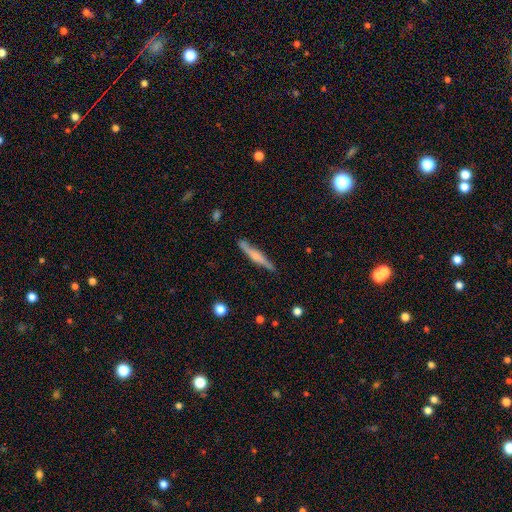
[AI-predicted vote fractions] Q: Smooth or featured?
A: featured or disk (52%); runner-up: smooth (42%)
Q: Edge-on disk?
A: yes (95%); runner-up: no (5%)
Q: Merging?
A: none (85%); runner-up: minor disturbance (11%)